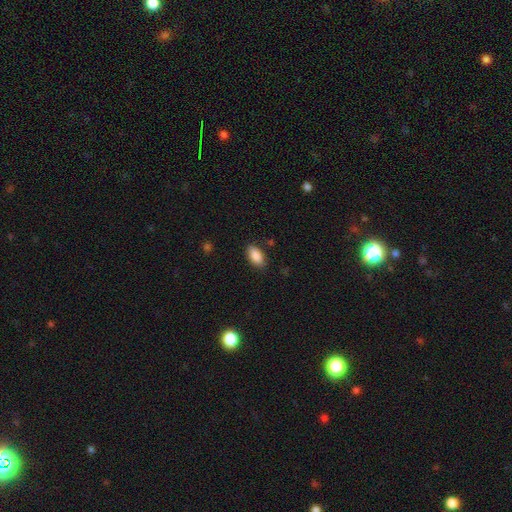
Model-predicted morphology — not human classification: smooth_or_featured: smooth (p=0.88) [alt: star or artifact p=0.07]
how_rounded: in between (p=0.92) [alt: cigar-shaped p=0.04]
merging: none (p=0.86) [alt: minor disturbance p=0.10]